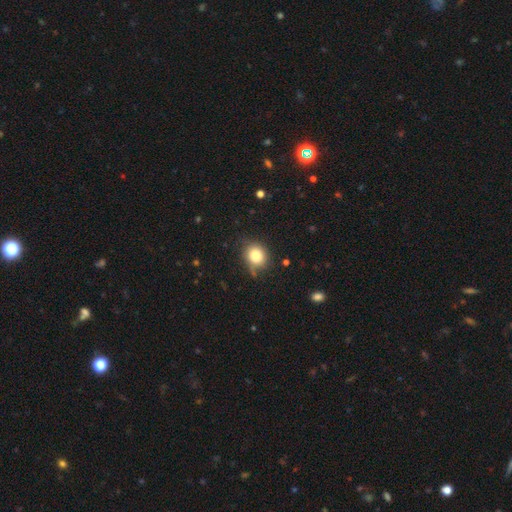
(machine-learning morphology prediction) Smooth or featured? smooth (81%)
How rounded? round (71%)
Merging? none (73%)